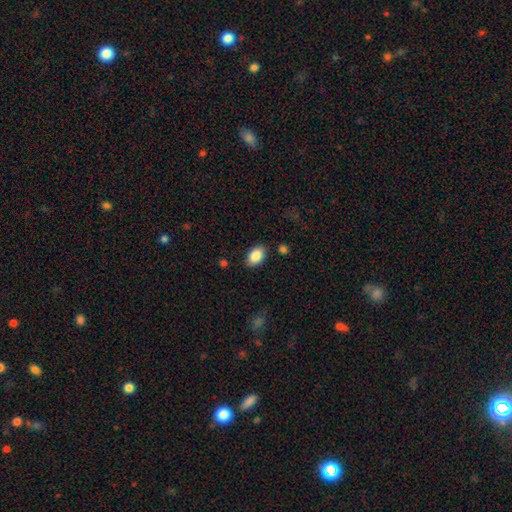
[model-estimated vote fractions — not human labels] smooth_or_featured: smooth (p=0.87) [alt: star or artifact p=0.07]
how_rounded: in between (p=0.87) [alt: round p=0.12]
merging: none (p=0.84) [alt: minor disturbance p=0.11]